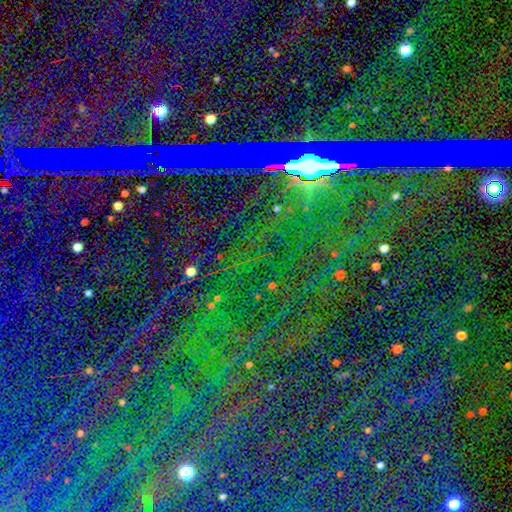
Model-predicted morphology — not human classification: Overall: star or artifact (87%).